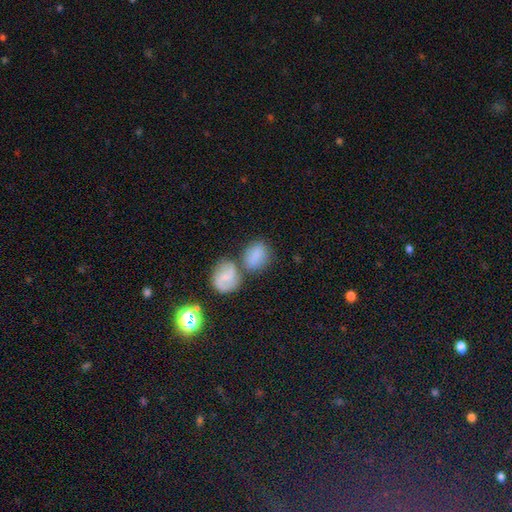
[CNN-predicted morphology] The model was most divided on "merging" (2-way tie): merger: 40%, none: 40%, minor disturbance: 13%, major disturbance: 6%. More confident: smooth or featured — smooth (77%); how rounded — in between (62%).